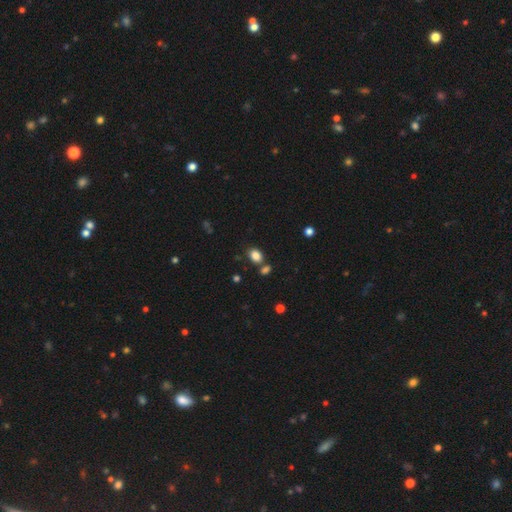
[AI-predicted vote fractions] smooth-or-featured: smooth: 85% | star or artifact: 10% | featured or disk: 5%
  how-rounded: in between: 71% | round: 28% | cigar-shaped: 1%
  merging: none: 67% | merger: 18% | minor disturbance: 11% | major disturbance: 4%